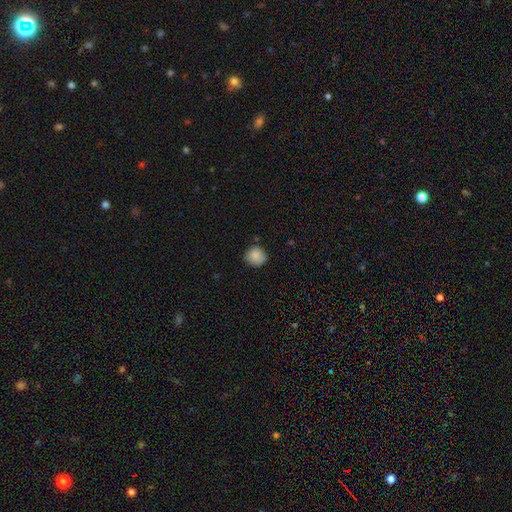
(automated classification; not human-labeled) This is clearly a smooth galaxy (86%). How rounded: clearly round (85%). Merging: likely none (76%).